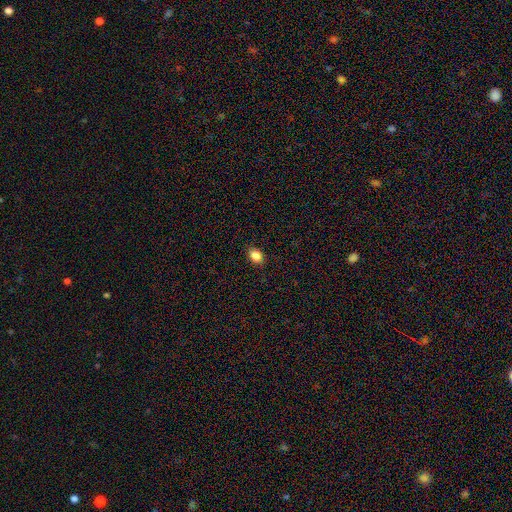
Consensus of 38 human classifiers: Smooth or featured: smooth — 89% (featured or disk — 8%)
How rounded: in between — 79% (round — 21%)
Merging: none — 97% (major disturbance — 3%)